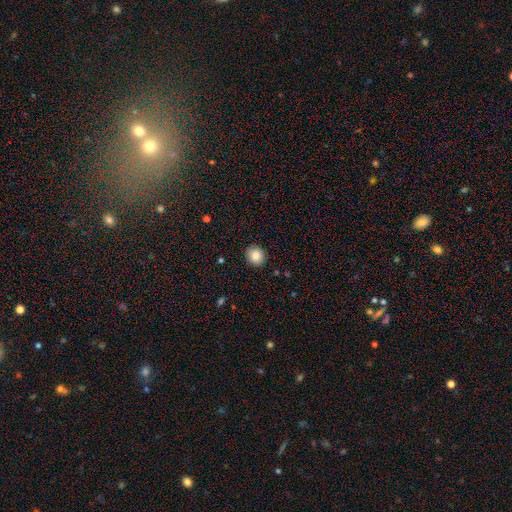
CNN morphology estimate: A smooth galaxy with no disk features (86%) that is round (78%). Merging: none (90%).